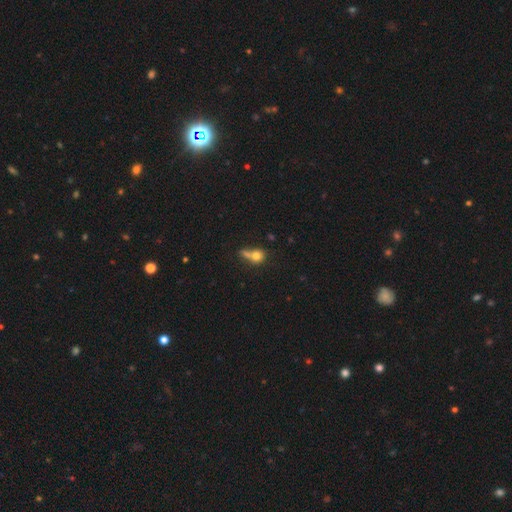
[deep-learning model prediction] A smooth galaxy with no disk features (75%) that is round (68%).

Vote fractions:
- Smooth or featured? smooth: 75% / featured or disk: 14% / star or artifact: 11%
- How rounded? round: 68% / in between: 29% / cigar-shaped: 3%
- Merging? merger: 48% / none: 31% / minor disturbance: 12% / major disturbance: 9%